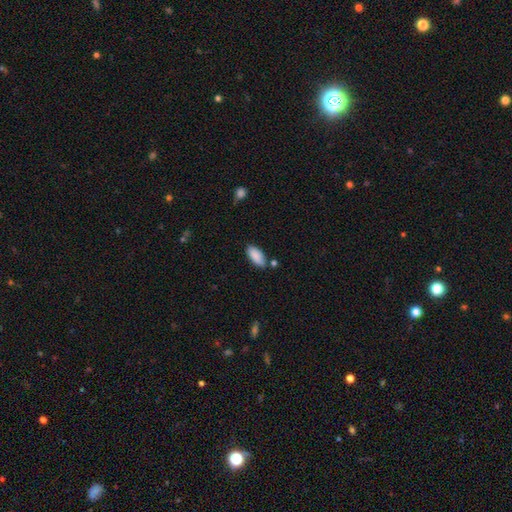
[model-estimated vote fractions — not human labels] Smooth or featured?
  - smooth: 89% *
  - star or artifact: 6%
  - featured or disk: 5%
How rounded?
  - in between: 88% *
  - cigar-shaped: 10%
  - round: 2%
Merging?
  - none: 76% *
  - minor disturbance: 15%
  - merger: 6%
  - major disturbance: 3%